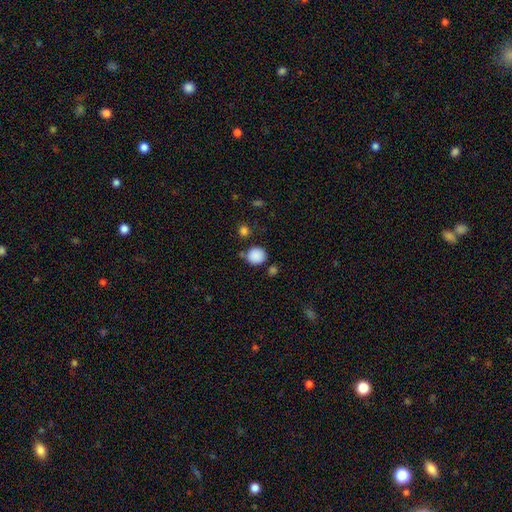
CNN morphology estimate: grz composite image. It shows a smooth galaxy with no disk features (87%) that is round (87%). Merging: none (76%).